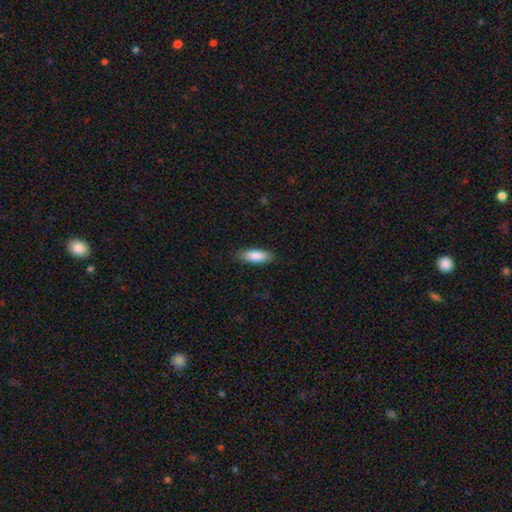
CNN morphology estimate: This appears to be a smooth galaxy with no disk features (87%) that is in between round and cigar-shaped (66%). Merging: none (87%).